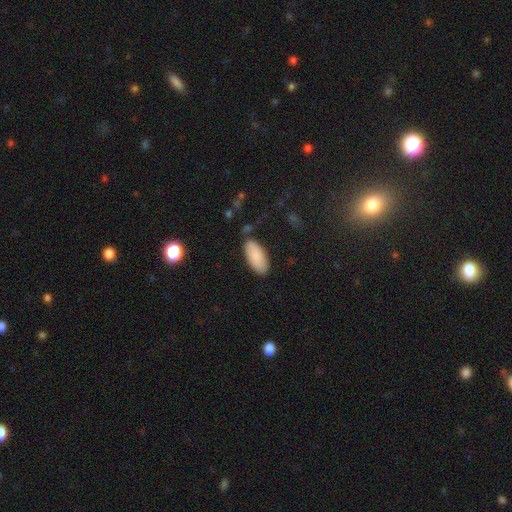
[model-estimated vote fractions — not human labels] The model was most divided on "merging": none: 82%, minor disturbance: 13%, major disturbance: 3%, merger: 3%. More confident: how rounded — in between (90%); smooth or featured — smooth (87%).